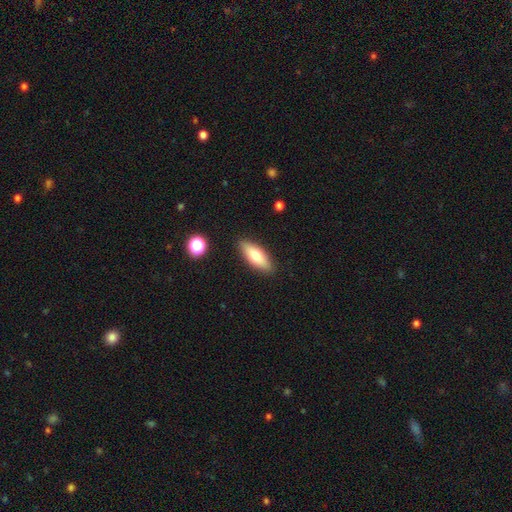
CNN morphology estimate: type=smooth (70%); roundness=in between (67%); merging=none (88%).